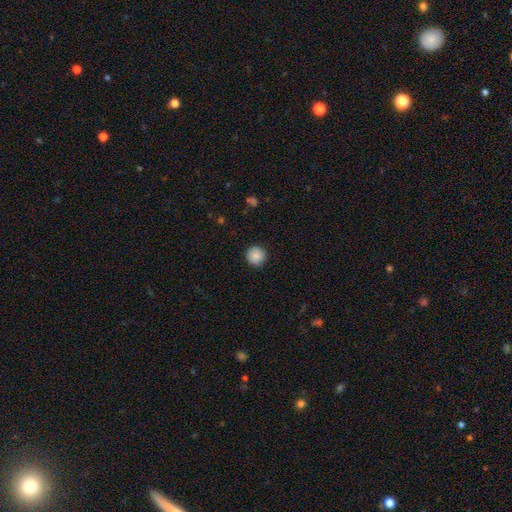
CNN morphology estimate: A smooth galaxy with no disk features (87%) that is round (95%).

Vote fractions:
- Smooth or featured? smooth: 87% / star or artifact: 8% / featured or disk: 5%
- How rounded? round: 95% / in between: 4% / cigar-shaped: 1%
- Merging? none: 87% / minor disturbance: 10% / major disturbance: 2% / merger: 1%